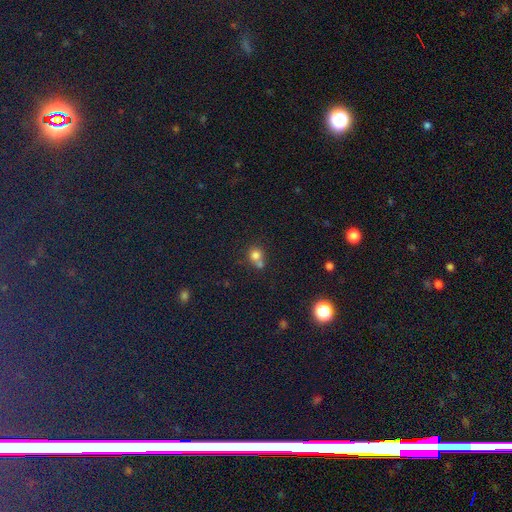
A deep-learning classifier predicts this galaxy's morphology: smooth-or-featured: smooth: 76% | star or artifact: 15% | featured or disk: 10%
  how-rounded: round: 86% | in between: 13% | cigar-shaped: 1%
  merging: merger: 47% | none: 42% | minor disturbance: 8% | major disturbance: 3%